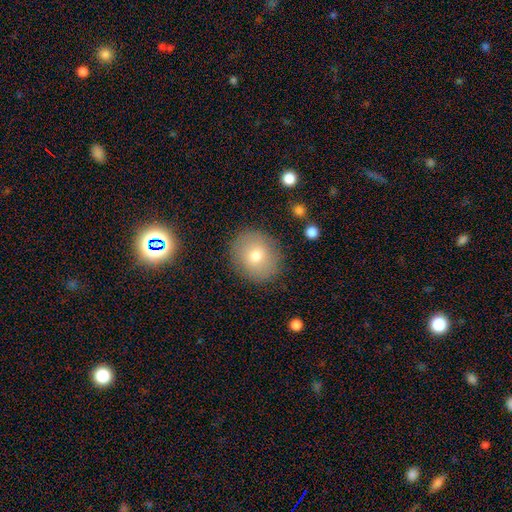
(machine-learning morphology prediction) A smooth galaxy with no disk features (73%) that is round (79%).

Vote fractions:
- Smooth or featured? smooth: 73% / featured or disk: 17% / star or artifact: 11%
- How rounded? round: 79% / in between: 20% / cigar-shaped: 1%
- Merging? none: 87% / minor disturbance: 9% / major disturbance: 3% / merger: 1%